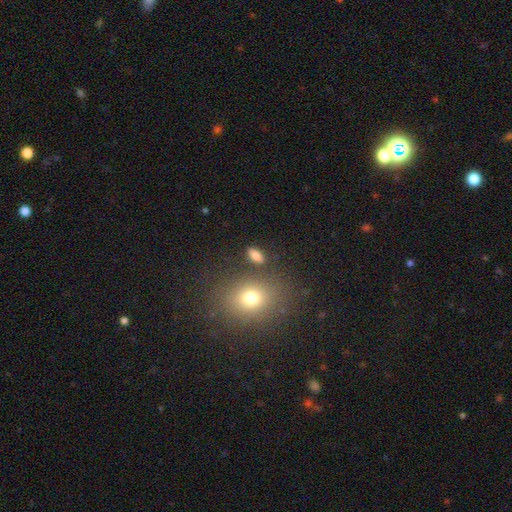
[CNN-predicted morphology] A smooth galaxy with no disk features (82%) that is in between round and cigar-shaped (84%). Merging: none (81%).